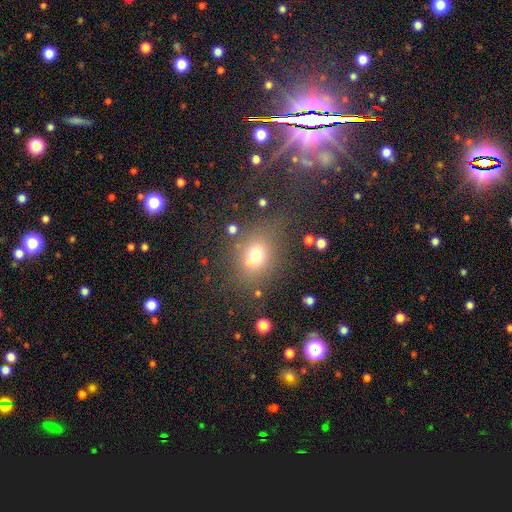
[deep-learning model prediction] The model was most divided on "how rounded": round: 63%, in between: 36%, cigar-shaped: 2%. More confident: smooth or featured — smooth (70%); merging — none (65%).